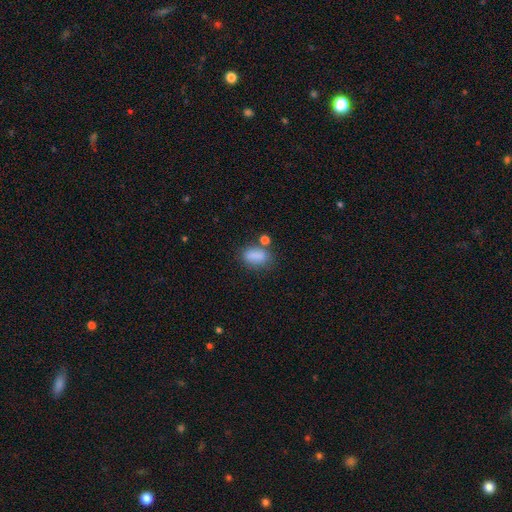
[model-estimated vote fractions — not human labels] This is clearly a smooth galaxy (82%). How rounded: clearly in between (82%). Merging: possibly none (59%).